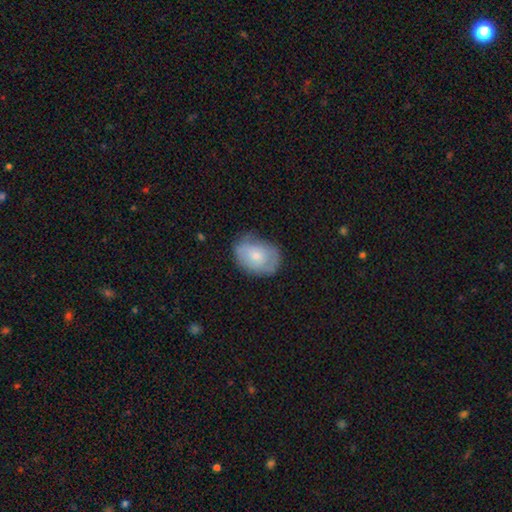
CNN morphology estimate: This appears to be a smooth galaxy with no disk features (63%) that is in between round and cigar-shaped (73%). Merging: none (63%).